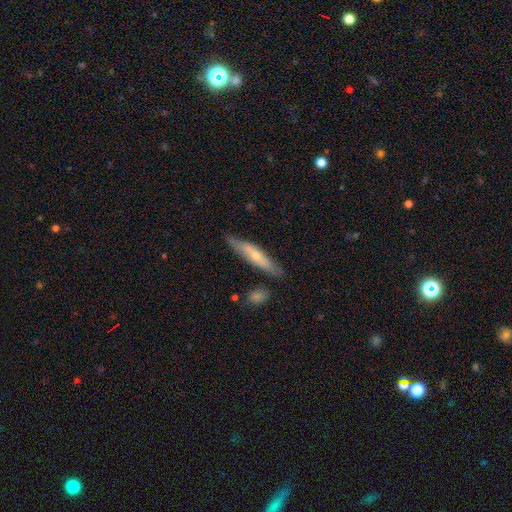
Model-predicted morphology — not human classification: smooth 51%, featured or disk 44%, star or artifact 6%. Down the decision tree: how rounded — cigar-shaped (85%); merging — none (79%).